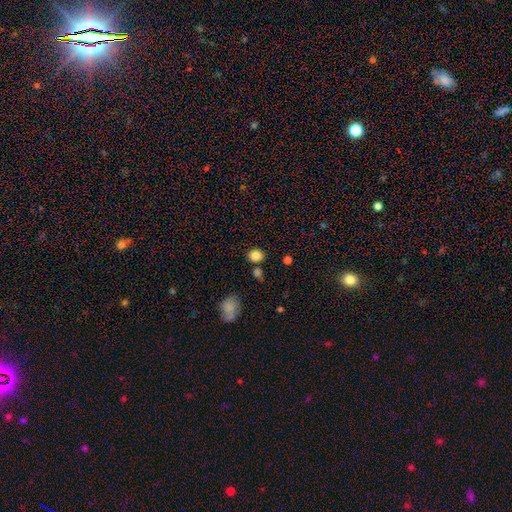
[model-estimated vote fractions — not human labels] Smooth or featured: smooth — 84% (star or artifact — 11%)
How rounded: round — 68% (in between — 31%)
Merging: none — 78% (minor disturbance — 10%)